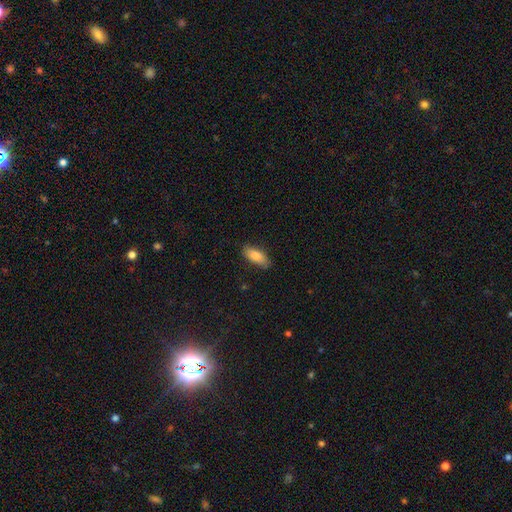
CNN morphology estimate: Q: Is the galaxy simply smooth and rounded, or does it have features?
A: smooth — 83%.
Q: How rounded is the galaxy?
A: in between — 82%.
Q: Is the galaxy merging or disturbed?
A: none — 81%.